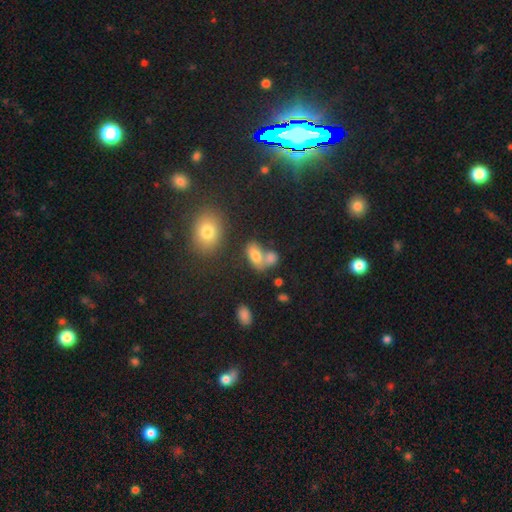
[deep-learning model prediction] A smooth galaxy with no disk features (73%) that is in between round and cigar-shaped (83%).

Vote fractions:
- Smooth or featured? smooth: 73% / featured or disk: 14% / star or artifact: 12%
- How rounded? in between: 83% / round: 14% / cigar-shaped: 3%
- Merging? merger: 54% / none: 30% / minor disturbance: 11% / major disturbance: 6%